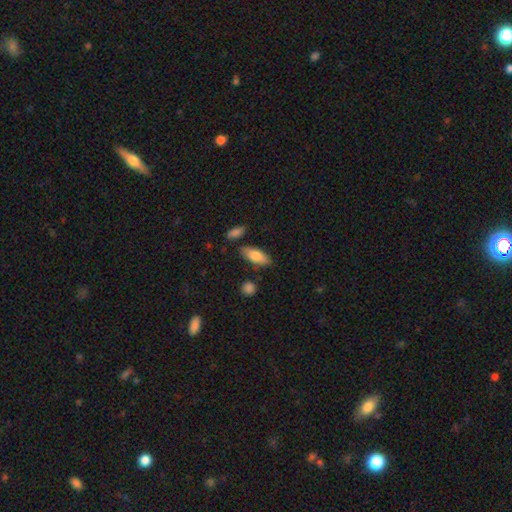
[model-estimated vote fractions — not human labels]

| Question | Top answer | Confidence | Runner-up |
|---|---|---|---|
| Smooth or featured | smooth | 77% | featured or disk (17%) |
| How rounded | in between | 77% | cigar-shaped (20%) |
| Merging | none | 82% | minor disturbance (12%) |